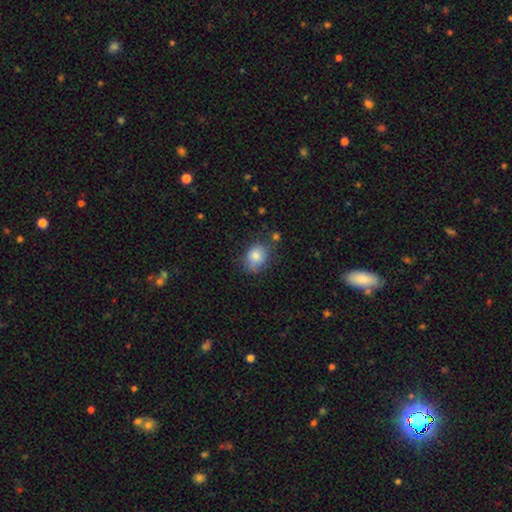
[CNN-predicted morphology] Smooth or featured: smooth — 80% (featured or disk — 11%)
How rounded: in between — 55% (round — 44%)
Merging: none — 61% (minor disturbance — 27%)